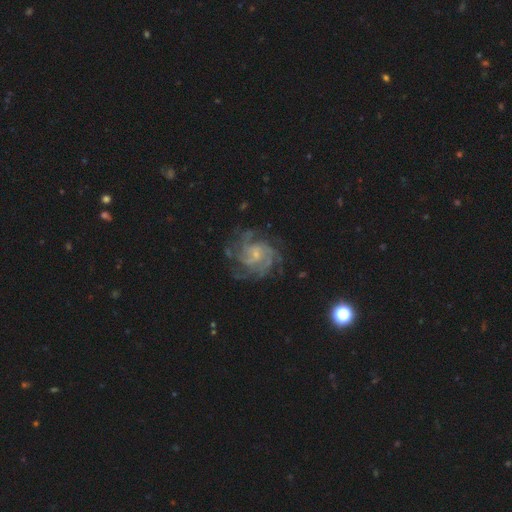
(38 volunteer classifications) smooth-or-featured: featured or disk: 95% | smooth: 5% | star or artifact: 0%
  disk-edge-on: no: 100% | yes: 0%
    bar: no: 69% | weak: 25% | strong: 6%
    has-spiral-arms: yes: 100% | no: 0%
      spiral-winding: tight: 56% | medium: 44% | loose: 0%
      spiral-arm-count: more than 4: 36% | 4: 31% | 3: 19% | can't tell: 11% | 2: 3% | 1: 0%
    bulge-size: small: 81% | moderate: 17% | large: 3% | dominant: 0% | none: 0%
  merging: none: 82% | minor disturbance: 16% | major disturbance: 3% | merger: 0%